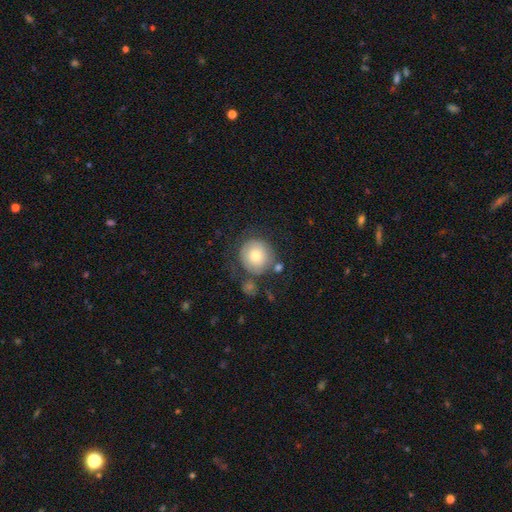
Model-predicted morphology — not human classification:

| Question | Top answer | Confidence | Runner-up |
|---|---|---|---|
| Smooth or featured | smooth | 71% | featured or disk (21%) |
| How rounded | round | 92% | in between (7%) |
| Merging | none | 64% | minor disturbance (17%) |